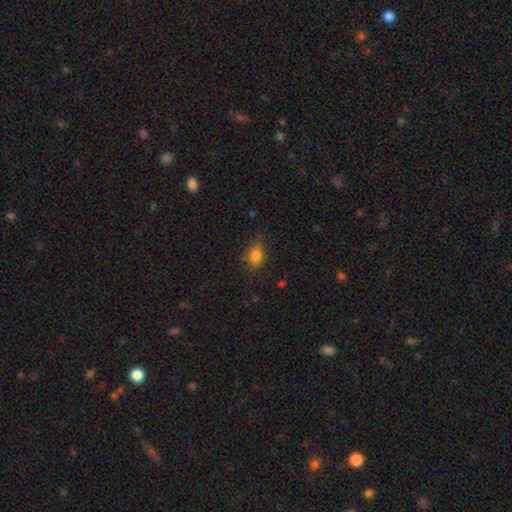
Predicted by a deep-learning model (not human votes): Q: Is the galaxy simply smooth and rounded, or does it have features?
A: smooth — 81%.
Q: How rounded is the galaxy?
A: in between — 72%.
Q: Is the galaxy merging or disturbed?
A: none — 67%.